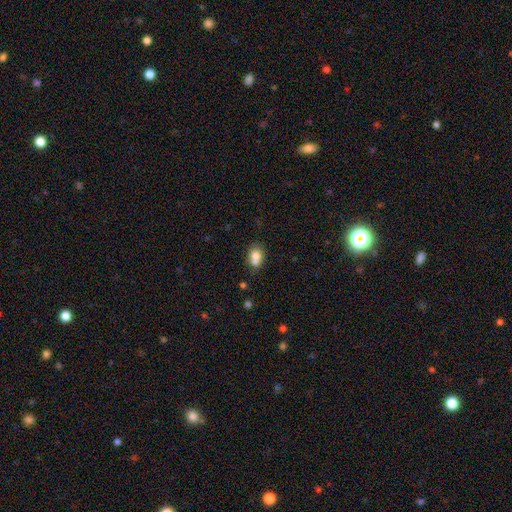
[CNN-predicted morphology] Smooth or featured?
  - smooth: 75% *
  - featured or disk: 16%
  - star or artifact: 9%
How rounded?
  - in between: 57% *
  - round: 42%
  - cigar-shaped: 1%
Merging?
  - merger: 43% *
  - none: 40%
  - minor disturbance: 13%
  - major disturbance: 4%